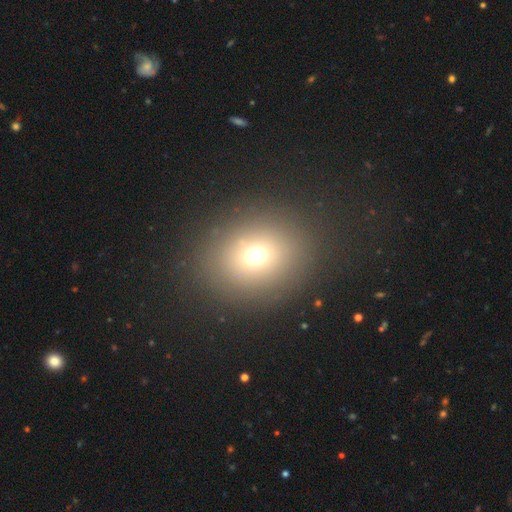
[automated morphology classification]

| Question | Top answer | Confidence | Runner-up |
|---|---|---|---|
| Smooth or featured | smooth | 69% | star or artifact (19%) |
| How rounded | round | 65% | in between (34%) |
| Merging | none | 85% | minor disturbance (8%) |